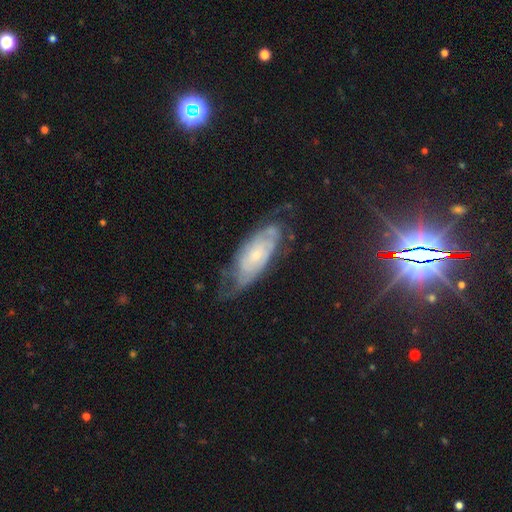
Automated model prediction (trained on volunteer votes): Smooth or featured? featured or disk (73%)
Edge-on disk? no (88%)
Bar? no (73%)
Spiral arms? yes (84%)
Spiral winding? tight (58%)
Spiral arm count? can't tell (50%)
Bulge size? small (70%)
Merging? none (57%)